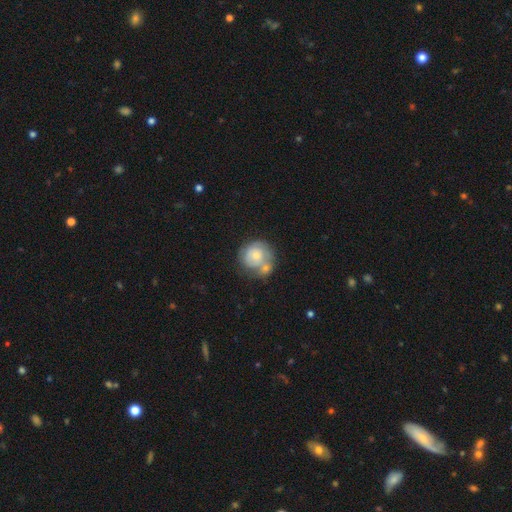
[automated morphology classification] A smooth galaxy with no disk features (52%) that is round (89%).

Vote fractions:
- Smooth or featured? smooth: 52% / featured or disk: 41% / star or artifact: 7%
- How rounded? round: 89% / in between: 10% / cigar-shaped: 1%
- Merging? merger: 42% / none: 36% / minor disturbance: 15% / major disturbance: 7%